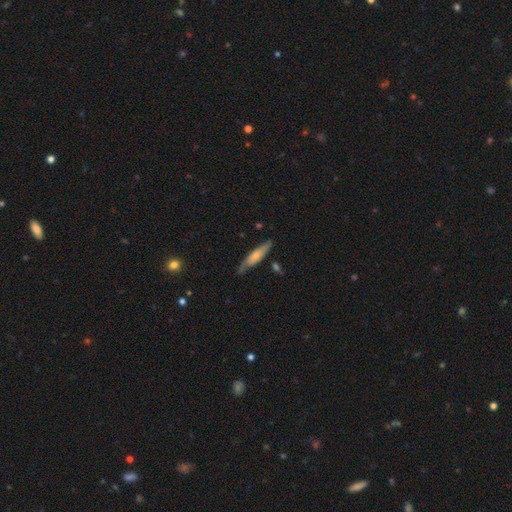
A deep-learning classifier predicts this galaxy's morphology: Smooth or featured?
  - smooth: 54% *
  - featured or disk: 41%
  - star or artifact: 6%
How rounded?
  - cigar-shaped: 74% *
  - in between: 24%
  - round: 2%
Merging?
  - none: 71% *
  - minor disturbance: 22%
  - major disturbance: 4%
  - merger: 2%